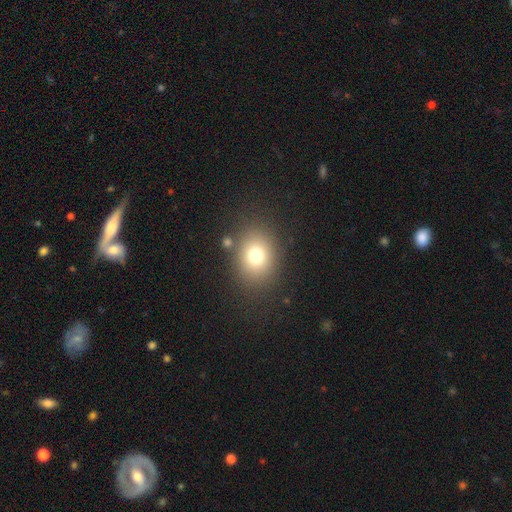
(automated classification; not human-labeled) Smooth or featured? Predicted: smooth (p=0.76). How rounded? Predicted: round (p=0.53). Merging? Predicted: none (p=0.81).